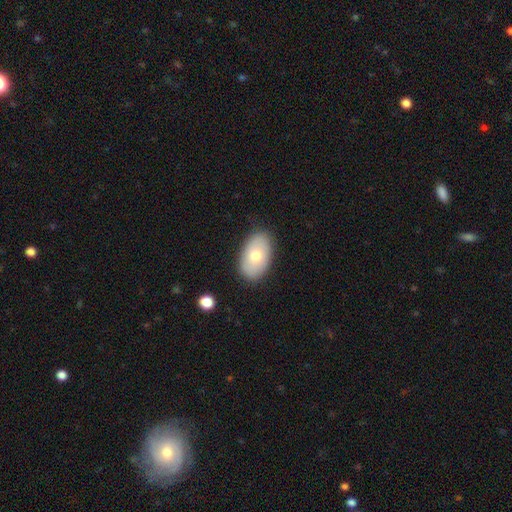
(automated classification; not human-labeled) Smooth or featured? smooth (72%)
How rounded? in between (92%)
Merging? none (86%)